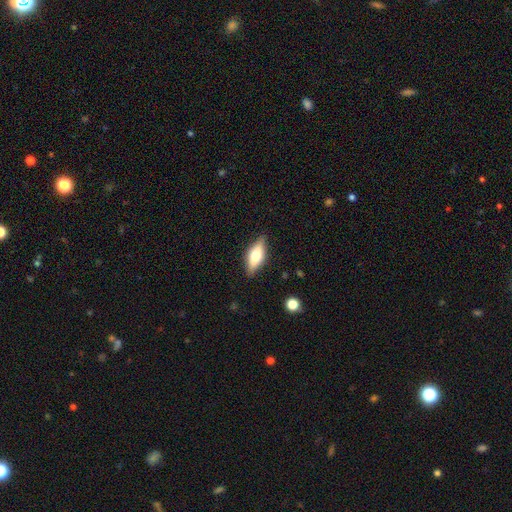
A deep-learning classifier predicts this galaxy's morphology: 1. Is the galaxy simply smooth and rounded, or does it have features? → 52% smooth, 41% featured or disk, 7% star or artifact.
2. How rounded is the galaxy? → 72% in between, 25% cigar-shaped, 3% round.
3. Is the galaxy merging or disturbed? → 85% none, 12% minor disturbance, 2% major disturbance, 1% merger.